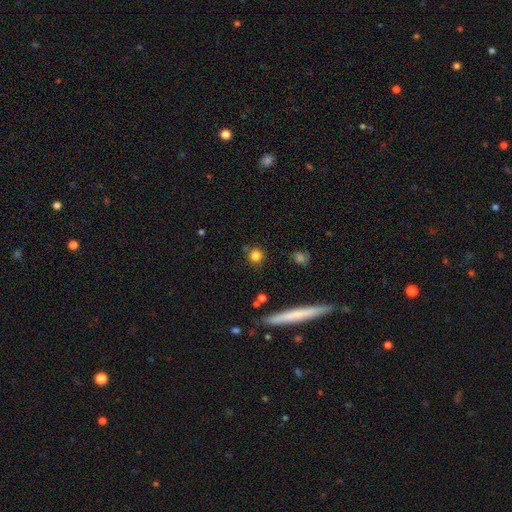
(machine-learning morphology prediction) Overall: smooth (80%). How rounded: round (88%). Merging: none (80%).